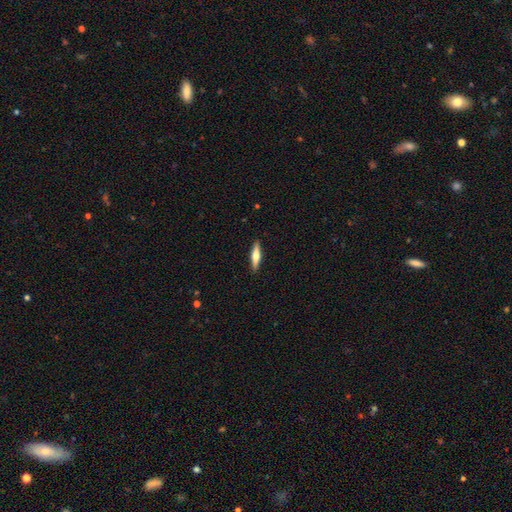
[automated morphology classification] This is possibly a smooth galaxy (52%). How rounded: likely cigar-shaped (77%). Merging: clearly none (90%).